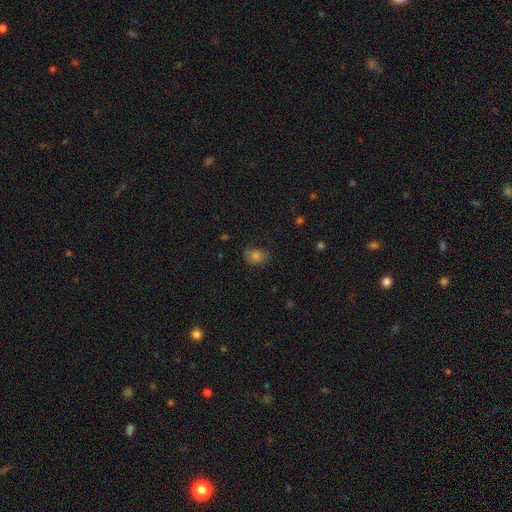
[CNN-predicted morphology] smooth_or_featured: smooth (p=0.67) [alt: featured or disk p=0.19]
how_rounded: in between (p=0.57) [alt: round p=0.41]
merging: none (p=0.65) [alt: minor disturbance p=0.24]